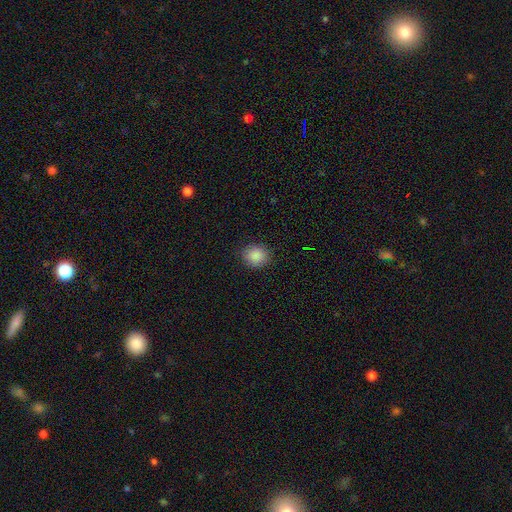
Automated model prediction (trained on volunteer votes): smooth-or-featured: smooth: 88% | star or artifact: 9% | featured or disk: 3%
  how-rounded: round: 83% | in between: 16% | cigar-shaped: 1%
  merging: none: 89% | minor disturbance: 8% | major disturbance: 2% | merger: 1%